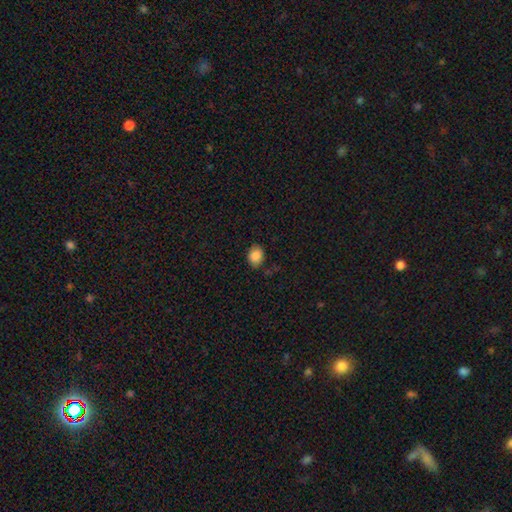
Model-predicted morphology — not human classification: Overall: smooth (85%). How rounded: in between (60%; round 39%). Merging: none (82%).